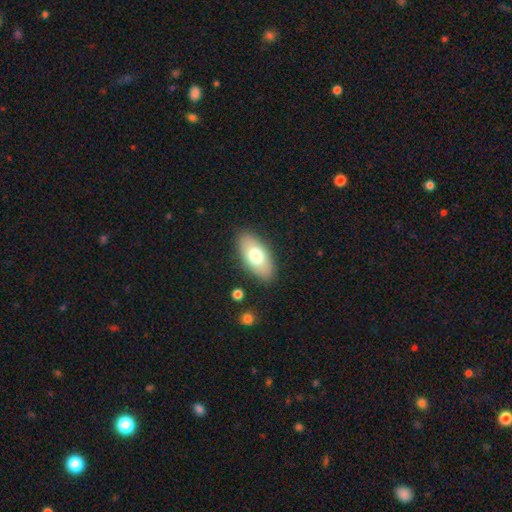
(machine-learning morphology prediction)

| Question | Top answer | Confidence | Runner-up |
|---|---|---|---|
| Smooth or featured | smooth | 70% | featured or disk (23%) |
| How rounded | in between | 90% | cigar-shaped (6%) |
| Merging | none | 86% | minor disturbance (10%) |